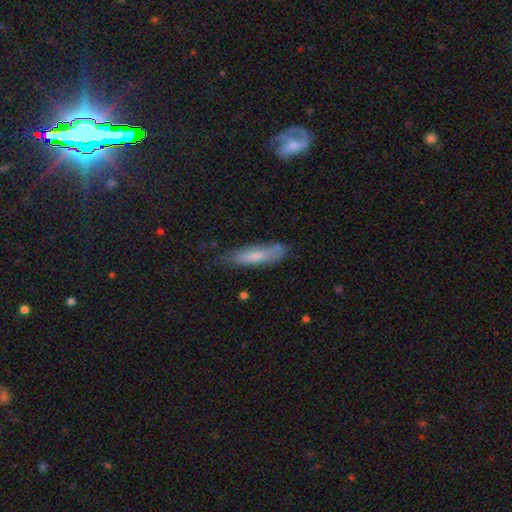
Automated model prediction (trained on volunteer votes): smooth_or_featured: smooth (p=0.68) [alt: featured or disk p=0.25]
how_rounded: cigar-shaped (p=0.72) [alt: in between p=0.27]
merging: none (p=0.64) [alt: minor disturbance p=0.27]